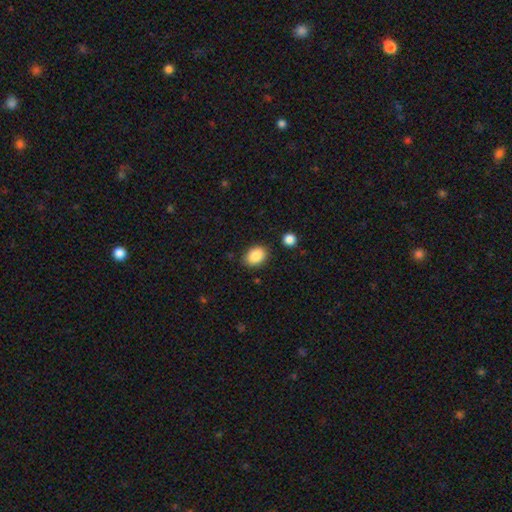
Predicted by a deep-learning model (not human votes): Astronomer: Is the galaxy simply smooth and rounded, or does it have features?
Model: smooth — 88%.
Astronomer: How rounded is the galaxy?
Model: in between — 74%.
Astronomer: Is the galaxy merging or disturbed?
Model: none — 83%.